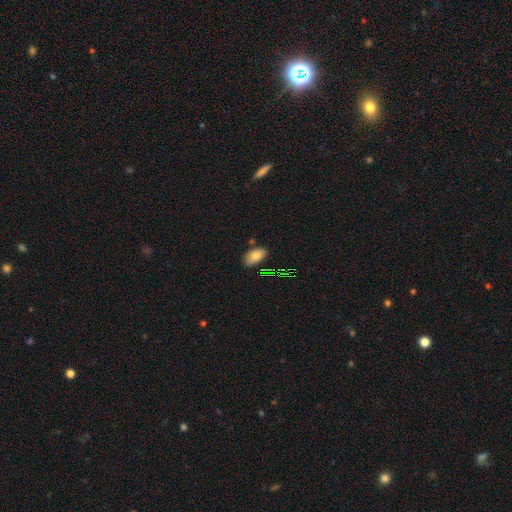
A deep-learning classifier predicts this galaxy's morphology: A smooth galaxy with no disk features (81%) that is in between round and cigar-shaped (93%).

Vote fractions:
- Smooth or featured? smooth: 81% / featured or disk: 10% / star or artifact: 9%
- How rounded? in between: 93% / round: 4% / cigar-shaped: 3%
- Merging? none: 77% / minor disturbance: 16% / merger: 4% / major disturbance: 3%